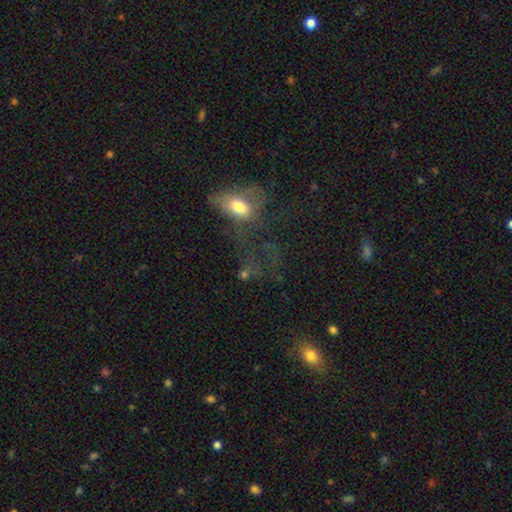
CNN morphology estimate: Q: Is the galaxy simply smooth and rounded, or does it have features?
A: smooth — 44%.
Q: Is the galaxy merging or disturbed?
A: none — 35%.